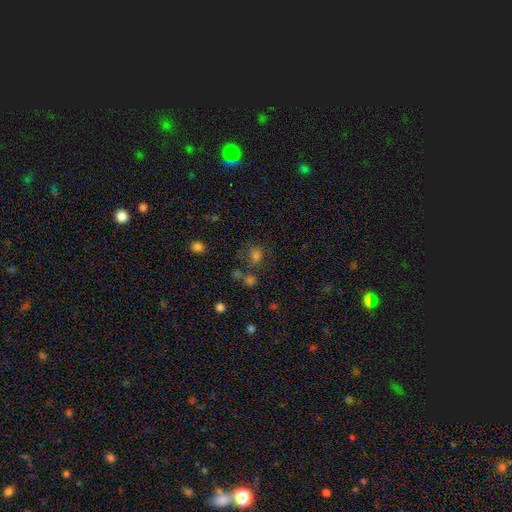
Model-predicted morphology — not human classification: Smooth or featured: smooth — 66% (star or artifact — 24%)
How rounded: round — 75% (in between — 24%)
Merging: none — 60% (merger — 17%)